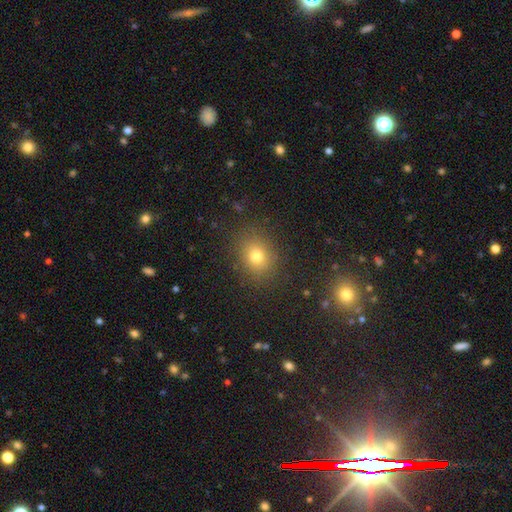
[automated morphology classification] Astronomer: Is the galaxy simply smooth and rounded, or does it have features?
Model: smooth — 73%.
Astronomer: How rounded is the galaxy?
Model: round — 62%.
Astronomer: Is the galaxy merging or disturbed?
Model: none — 88%.